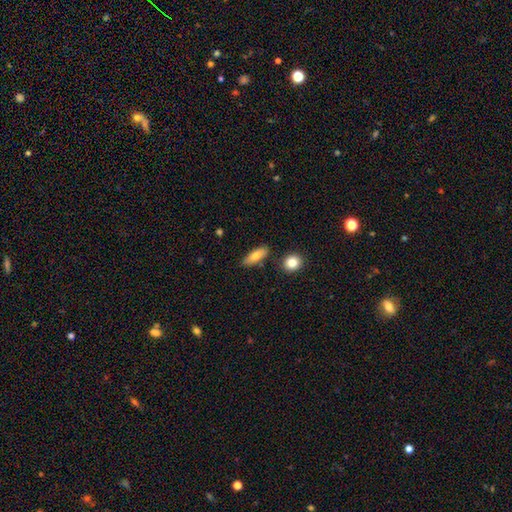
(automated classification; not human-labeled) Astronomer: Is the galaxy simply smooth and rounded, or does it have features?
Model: smooth — 77%.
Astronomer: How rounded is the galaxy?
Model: in between — 68%.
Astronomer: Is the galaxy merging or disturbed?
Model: none — 80%.